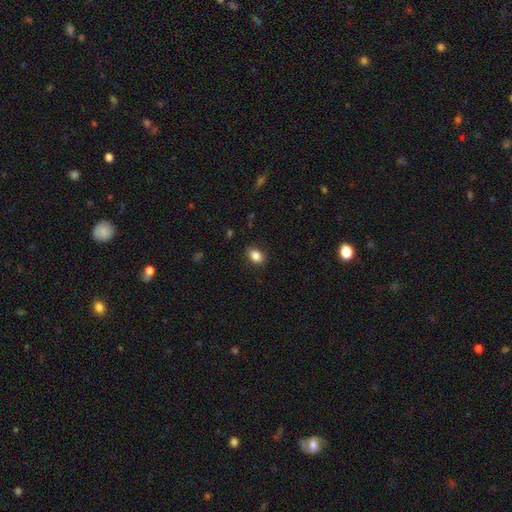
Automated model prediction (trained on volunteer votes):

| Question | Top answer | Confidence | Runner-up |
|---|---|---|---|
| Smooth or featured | smooth | 86% | star or artifact (9%) |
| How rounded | in between | 73% | round (25%) |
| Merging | none | 86% | minor disturbance (10%) |